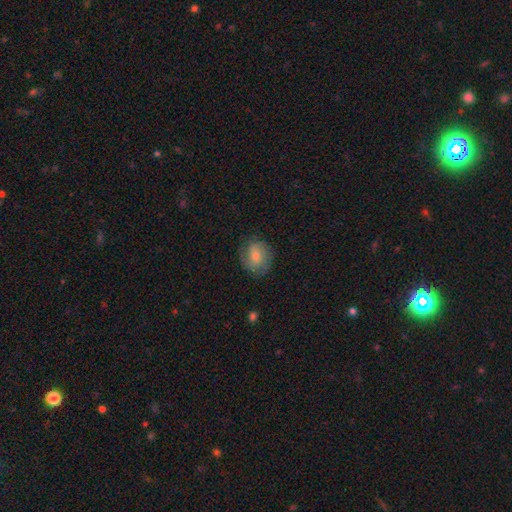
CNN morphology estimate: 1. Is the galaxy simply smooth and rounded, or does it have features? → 51% smooth, 40% featured or disk, 9% star or artifact.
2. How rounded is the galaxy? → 67% round, 32% in between, 1% cigar-shaped.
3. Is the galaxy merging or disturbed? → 76% none, 17% minor disturbance, 6% major disturbance, 1% merger.